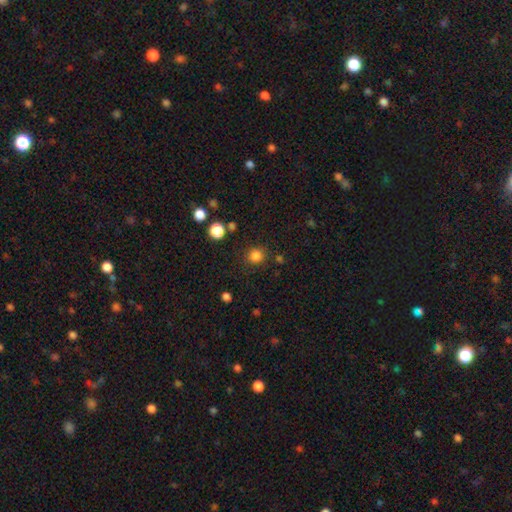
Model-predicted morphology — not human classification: Q: Smooth or featured?
A: smooth (83%); runner-up: star or artifact (14%)
Q: How rounded?
A: round (91%); runner-up: in between (8%)
Q: Merging?
A: none (86%); runner-up: minor disturbance (8%)